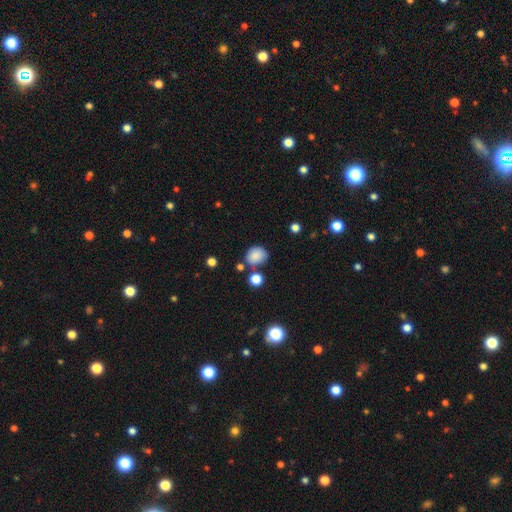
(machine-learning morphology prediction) The model was most divided on "how rounded": round: 72%, in between: 27%, cigar-shaped: 1%. More confident: smooth or featured — smooth (84%); merging — none (70%).